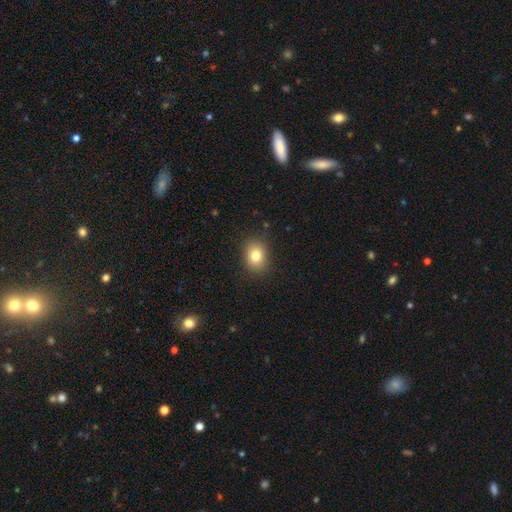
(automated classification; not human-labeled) The model was most divided on "how rounded": in between: 54%, round: 45%, cigar-shaped: 1%. More confident: merging — none (87%); smooth or featured — smooth (81%).